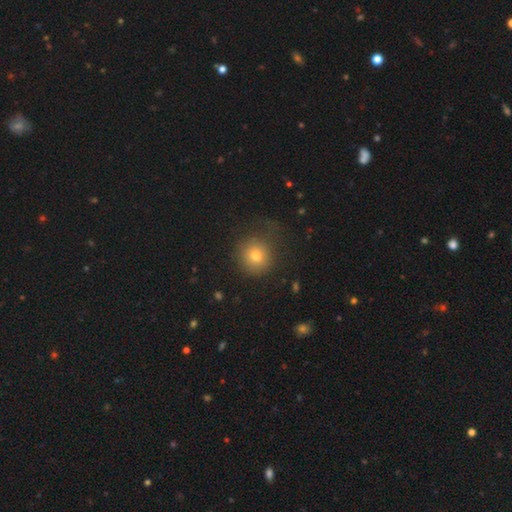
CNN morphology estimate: Smooth or featured? smooth (75%)
How rounded? round (91%)
Merging? none (69%)